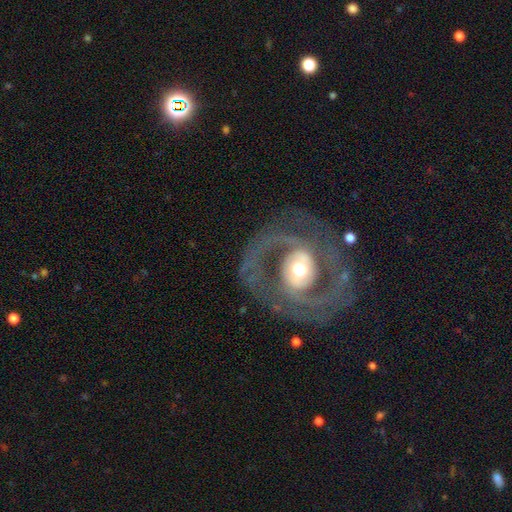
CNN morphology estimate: Smooth or featured? featured or disk (88%)
Edge-on disk? no (97%)
Bar? weak (37%)
Spiral arms? yes (93%)
Spiral winding? medium (47%)
Spiral arm count? 2 (85%)
Bulge size? moderate (58%)
Merging? none (77%)